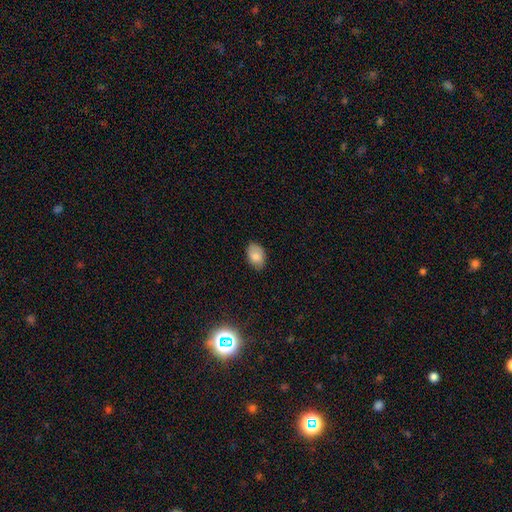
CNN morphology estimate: A smooth galaxy with no disk features (82%) that is in between round and cigar-shaped (87%).

Vote fractions:
- Smooth or featured? smooth: 82% / featured or disk: 9% / star or artifact: 8%
- How rounded? in between: 87% / round: 12% / cigar-shaped: 1%
- Merging? none: 80% / minor disturbance: 16% / major disturbance: 3% / merger: 1%